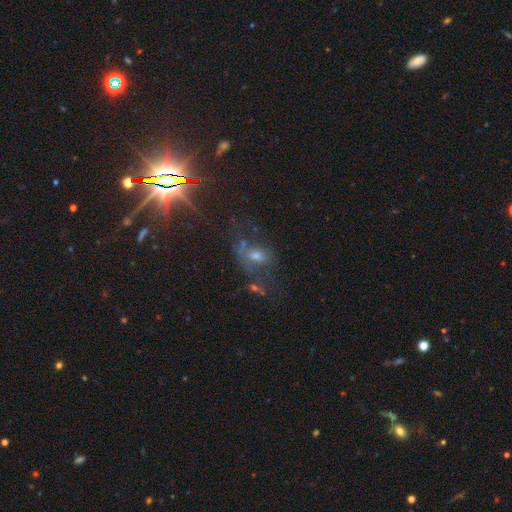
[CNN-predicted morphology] Smooth or featured: featured or disk — 38% (star or artifact — 36%)
Merging: none — 45% (major disturbance — 26%)